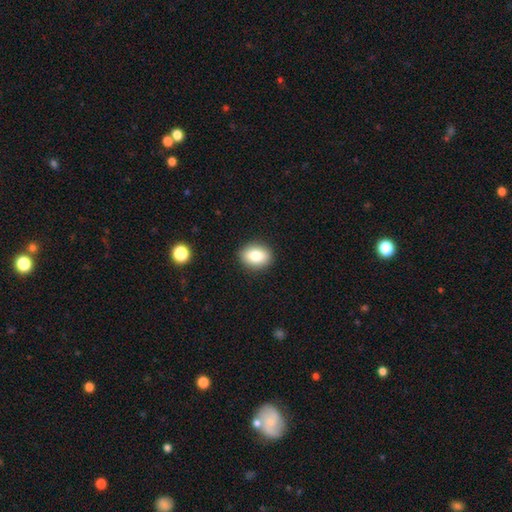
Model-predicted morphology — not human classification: Smooth or featured?
  - smooth: 82% *
  - featured or disk: 9%
  - star or artifact: 9%
How rounded?
  - in between: 62% *
  - round: 37%
  - cigar-shaped: 1%
Merging?
  - none: 90% *
  - minor disturbance: 7%
  - major disturbance: 2%
  - merger: 1%